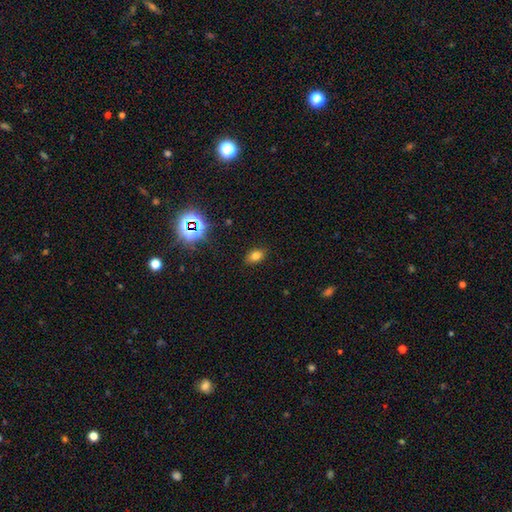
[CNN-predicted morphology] The model was most divided on "smooth or featured": smooth: 75%, star or artifact: 18%, featured or disk: 8%. More confident: merging — none (85%); how rounded — in between (83%).